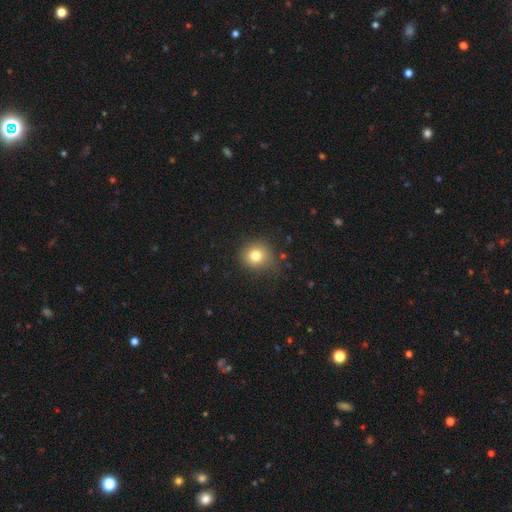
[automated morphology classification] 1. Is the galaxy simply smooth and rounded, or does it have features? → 79% smooth, 12% star or artifact, 9% featured or disk.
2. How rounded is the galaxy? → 87% round, 12% in between, 1% cigar-shaped.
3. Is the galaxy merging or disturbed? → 78% none, 16% minor disturbance, 5% major disturbance, 2% merger.